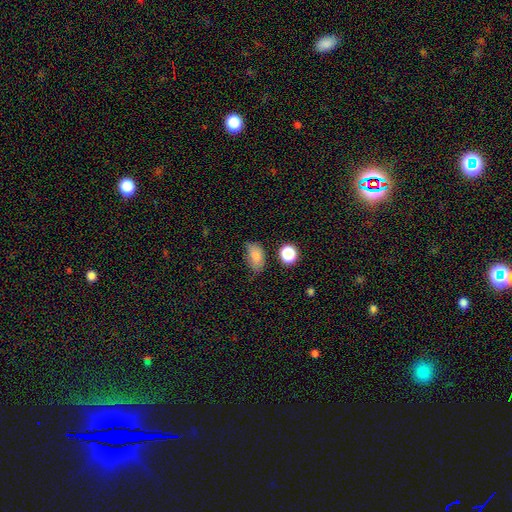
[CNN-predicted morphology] A smooth galaxy with no disk features (82%) that is in between round and cigar-shaped (87%). Merging: none (60%).